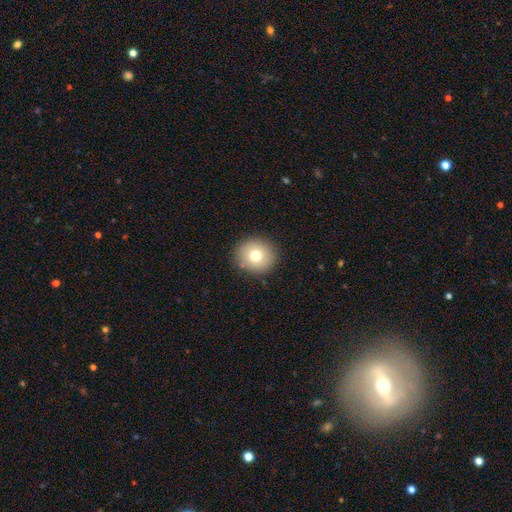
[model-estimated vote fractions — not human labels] A smooth galaxy with no disk features (75%) that is round (87%). Merging: none (89%).